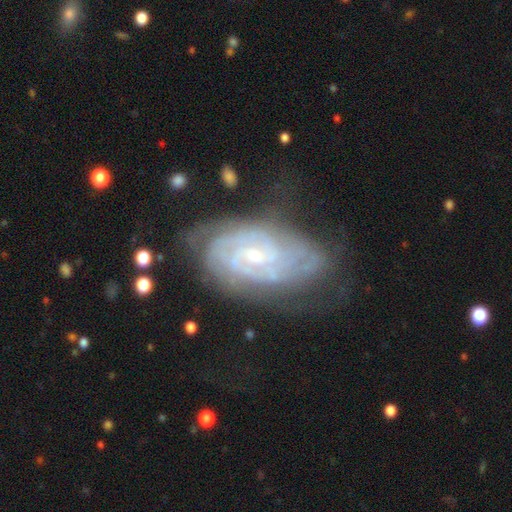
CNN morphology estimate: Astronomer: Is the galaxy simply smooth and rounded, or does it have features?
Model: featured or disk — 87%.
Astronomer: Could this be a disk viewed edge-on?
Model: no — 96%.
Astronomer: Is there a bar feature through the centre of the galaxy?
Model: no — 45% (runner-up: weak, 42%).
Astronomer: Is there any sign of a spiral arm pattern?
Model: yes — 97%.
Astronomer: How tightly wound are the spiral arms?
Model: tight — 76%.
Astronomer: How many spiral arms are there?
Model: can't tell — 30% (runner-up: 2, 26%).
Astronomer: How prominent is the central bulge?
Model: small — 69%.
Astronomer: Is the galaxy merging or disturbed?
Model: none — 65%.